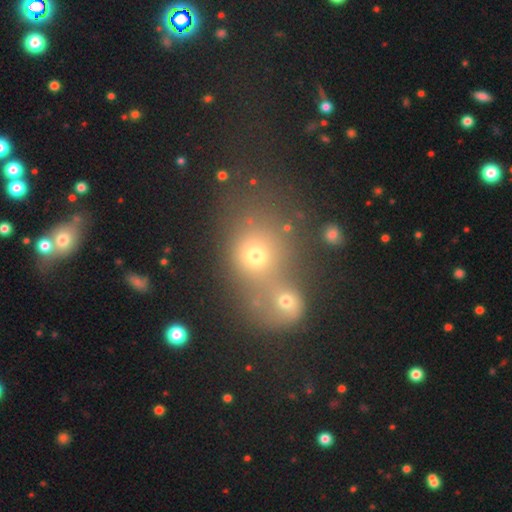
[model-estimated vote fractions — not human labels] smooth_or_featured: smooth (p=0.57) [alt: star or artifact p=0.27]
how_rounded: round (p=0.65) [alt: in between p=0.34]
merging: merger (p=0.56) [alt: none p=0.30]